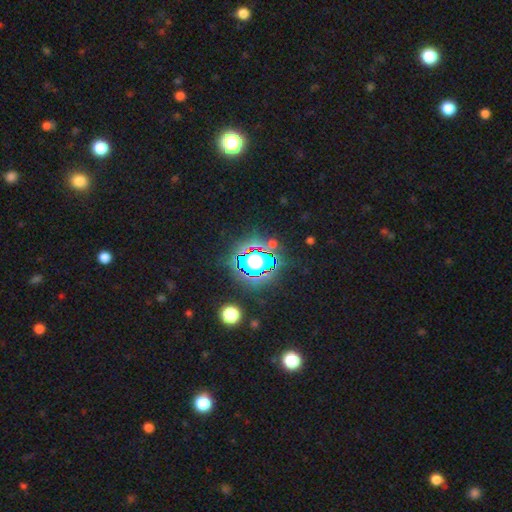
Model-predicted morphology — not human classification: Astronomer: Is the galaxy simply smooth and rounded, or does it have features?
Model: star or artifact — 66%.